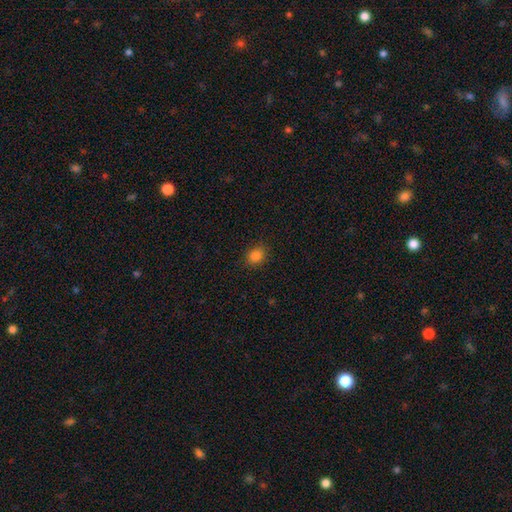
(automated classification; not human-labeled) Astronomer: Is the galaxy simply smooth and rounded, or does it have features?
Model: smooth — 84%.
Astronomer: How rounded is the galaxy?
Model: round — 55% (runner-up: in between, 44%).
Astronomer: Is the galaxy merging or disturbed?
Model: none — 88%.